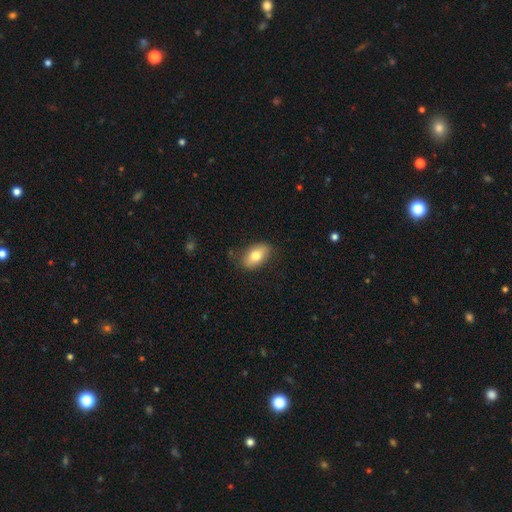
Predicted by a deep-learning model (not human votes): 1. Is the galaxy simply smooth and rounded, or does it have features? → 77% smooth, 16% featured or disk, 7% star or artifact.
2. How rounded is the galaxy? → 90% in between, 7% round, 3% cigar-shaped.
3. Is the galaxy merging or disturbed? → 81% none, 15% minor disturbance, 3% major disturbance, 1% merger.